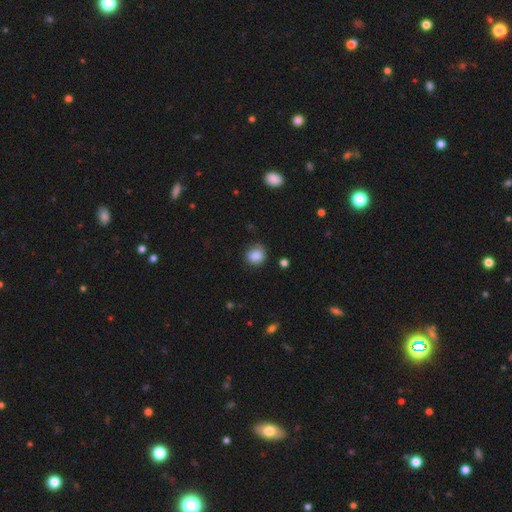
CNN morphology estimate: Smooth or featured?
  - smooth: 86% *
  - star or artifact: 9%
  - featured or disk: 4%
How rounded?
  - round: 80% *
  - in between: 19%
  - cigar-shaped: 1%
Merging?
  - none: 78% *
  - minor disturbance: 17%
  - major disturbance: 4%
  - merger: 2%